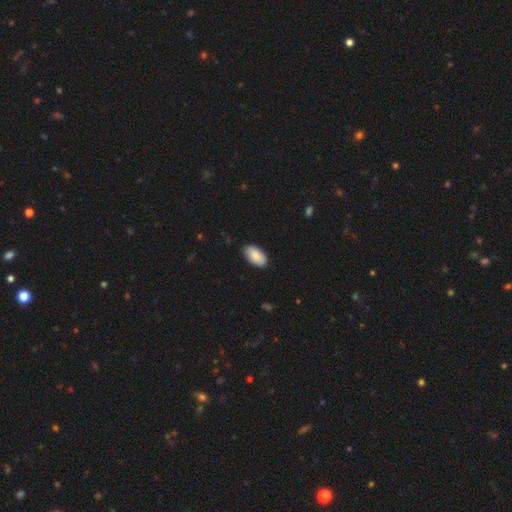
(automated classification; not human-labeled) smooth 87%, featured or disk 8%, star or artifact 6%. Down the decision tree: how rounded — in between (96%); merging — none (87%).